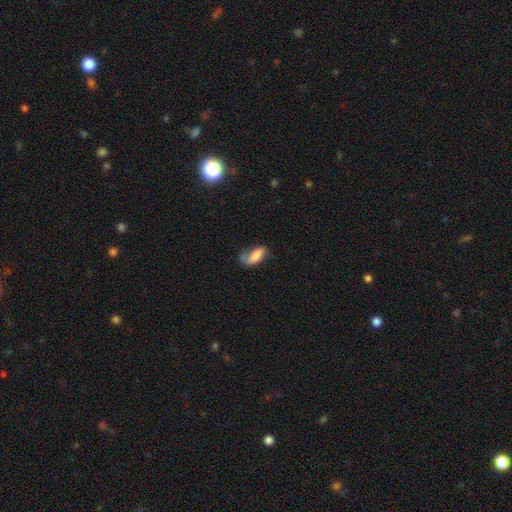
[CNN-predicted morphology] Overall: smooth (75%). How rounded: in between (77%). Merging: none (41%; minor disturbance 32%).